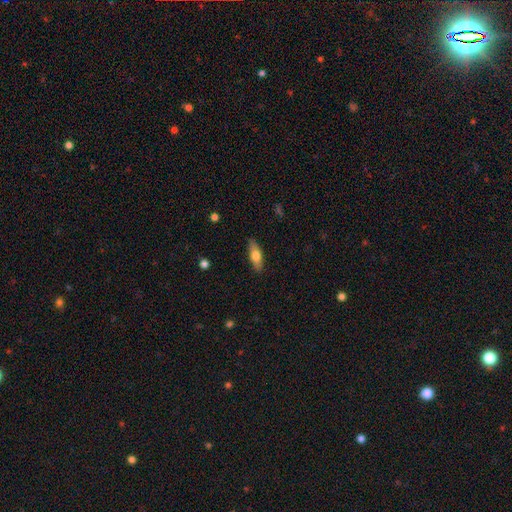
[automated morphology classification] The model was most divided on "how rounded": in between: 62%, cigar-shaped: 36%, round: 3%. More confident: merging — none (86%); smooth or featured — smooth (66%).